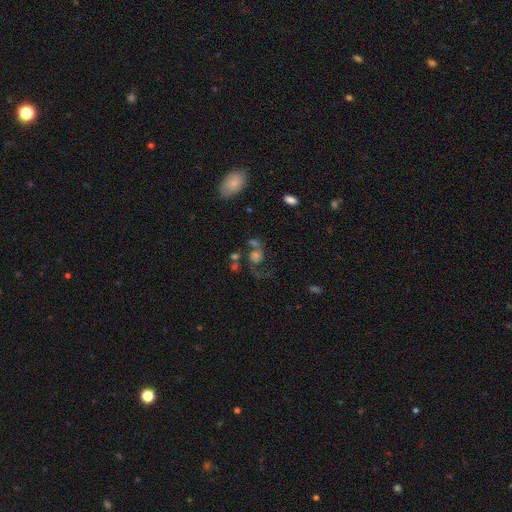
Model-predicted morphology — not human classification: featured or disk 59%, smooth 25%, star or artifact 15%. Down the decision tree: edge-on disk — no (97%); bar — no (76%); spiral arms — yes (84%); bulge size — moderate (36%); merging — none (38%).